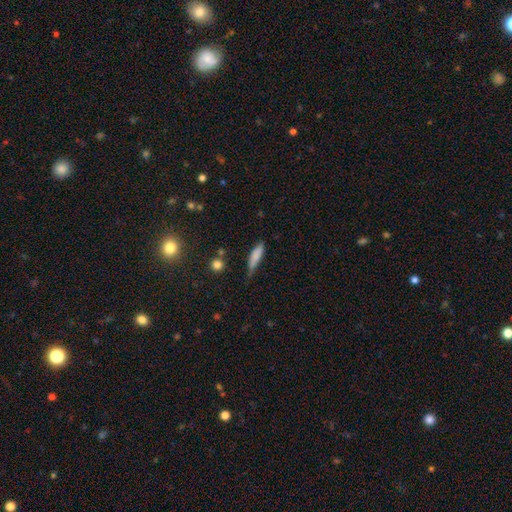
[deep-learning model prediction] Smooth or featured?
  - smooth: 79% *
  - featured or disk: 14%
  - star or artifact: 8%
How rounded?
  - cigar-shaped: 64% *
  - in between: 34%
  - round: 2%
Merging?
  - none: 48% *
  - minor disturbance: 39%
  - major disturbance: 9%
  - merger: 4%